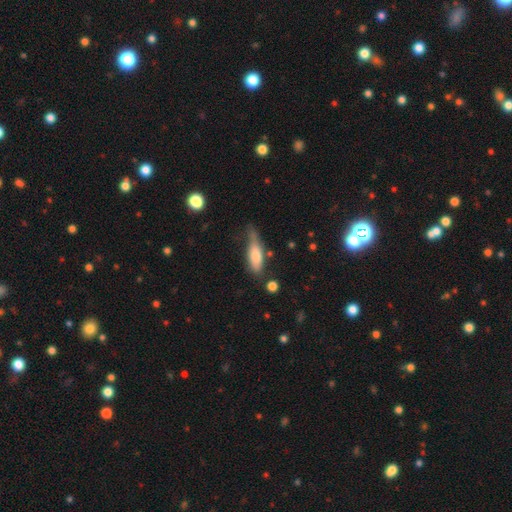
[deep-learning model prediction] This appears to be a smooth galaxy with no disk features (70%) that is in between round and cigar-shaped (55%). Merging: none (42%).